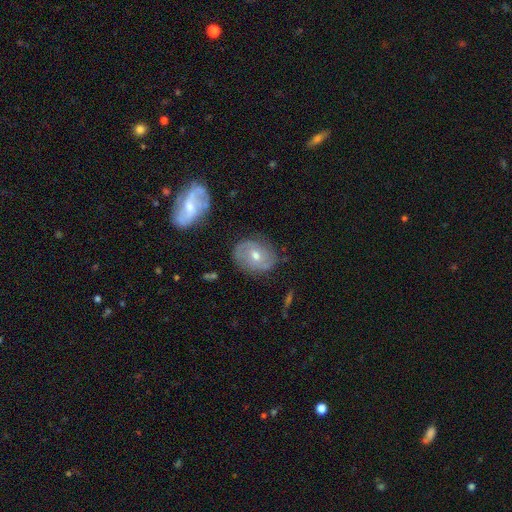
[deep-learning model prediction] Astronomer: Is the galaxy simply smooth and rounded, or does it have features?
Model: featured or disk — 58%.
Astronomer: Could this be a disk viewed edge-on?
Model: no — 95%.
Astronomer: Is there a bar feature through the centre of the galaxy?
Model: no — 59%.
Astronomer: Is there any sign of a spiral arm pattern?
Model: yes — 74%.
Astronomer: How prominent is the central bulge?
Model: moderate — 63%.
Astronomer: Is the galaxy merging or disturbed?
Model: none — 75%.